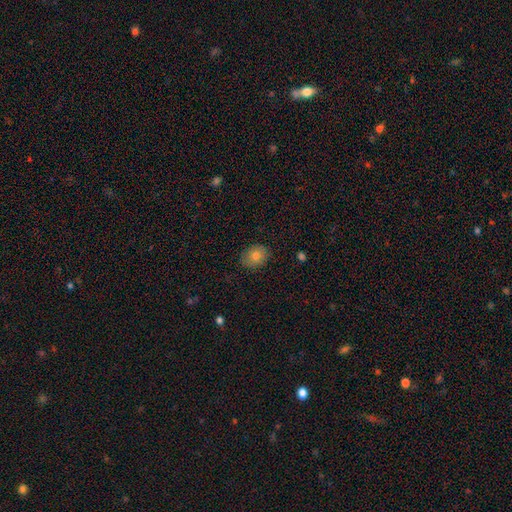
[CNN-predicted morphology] This is likely a smooth galaxy (77%). How rounded: possibly in between (56%). Merging: clearly none (85%).